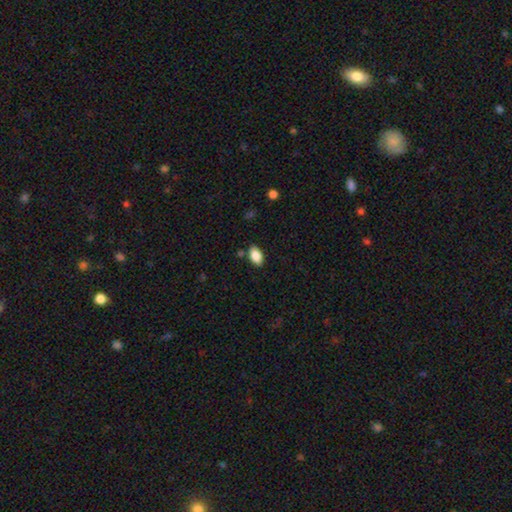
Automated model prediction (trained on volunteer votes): A smooth galaxy with no disk features (87%) that is in between round and cigar-shaped (93%).

Vote fractions:
- Smooth or featured? smooth: 87% / star or artifact: 7% / featured or disk: 5%
- How rounded? in between: 93% / round: 5% / cigar-shaped: 2%
- Merging? none: 83% / minor disturbance: 11% / merger: 3% / major disturbance: 2%